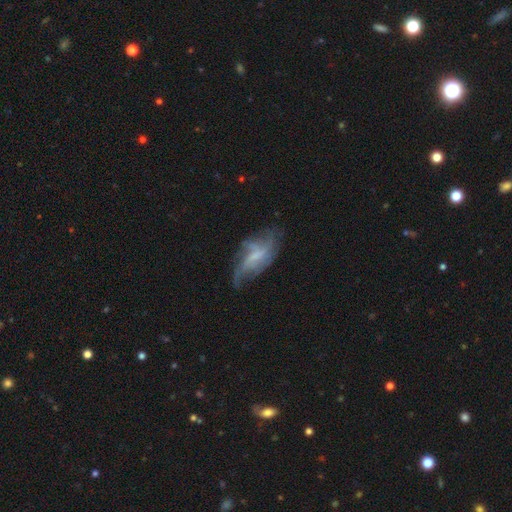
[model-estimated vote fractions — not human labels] Smooth or featured? Predicted: featured or disk (p=0.67). Edge-on disk? Predicted: no (p=0.91). Bar? Predicted: weak (p=0.44). Spiral arms? Predicted: yes (p=0.80). Bulge size? Predicted: small (p=0.38). Merging? Predicted: none (p=0.49).